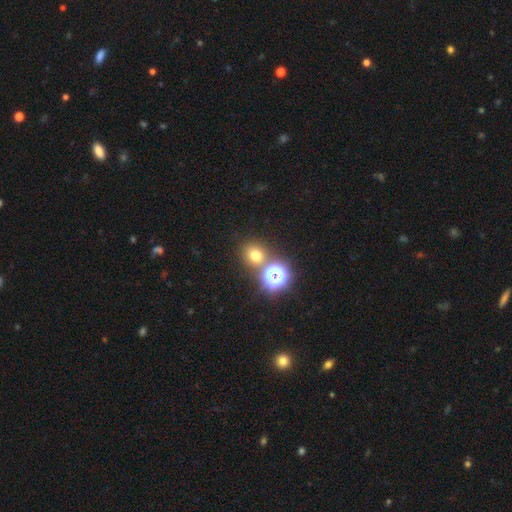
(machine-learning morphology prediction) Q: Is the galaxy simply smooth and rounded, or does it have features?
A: smooth — 65%.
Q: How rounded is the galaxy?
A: round — 83%.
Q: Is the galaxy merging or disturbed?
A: none — 72%.